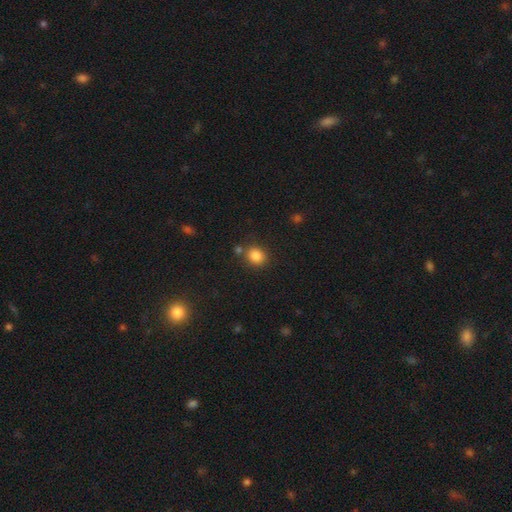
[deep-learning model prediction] Smooth or featured?
  - smooth: 85% *
  - star or artifact: 11%
  - featured or disk: 5%
How rounded?
  - round: 71% *
  - in between: 28%
  - cigar-shaped: 1%
Merging?
  - none: 76% *
  - merger: 10%
  - minor disturbance: 10%
  - major disturbance: 4%